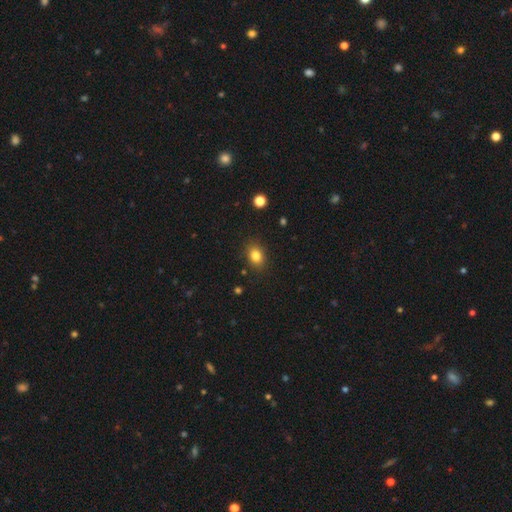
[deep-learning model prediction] Overall: smooth (82%). How rounded: in between (62%; round 36%). Merging: none (86%).